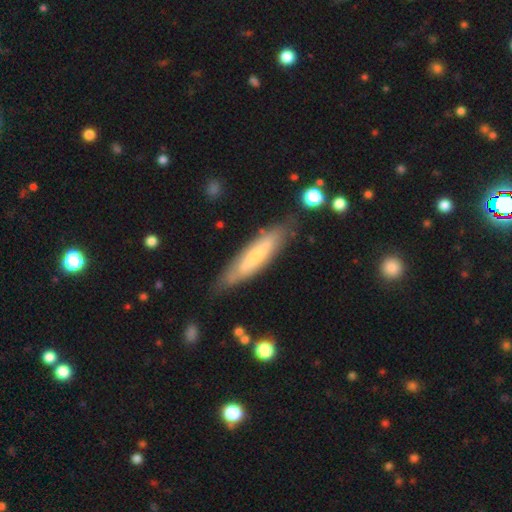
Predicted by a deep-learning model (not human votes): A smooth galaxy with no disk features (54%) that is cigar-shaped (79%).

Vote fractions:
- Smooth or featured? smooth: 54% / featured or disk: 41% / star or artifact: 6%
- How rounded? cigar-shaped: 79% / in between: 19% / round: 1%
- Merging? none: 77% / minor disturbance: 16% / major disturbance: 4% / merger: 3%